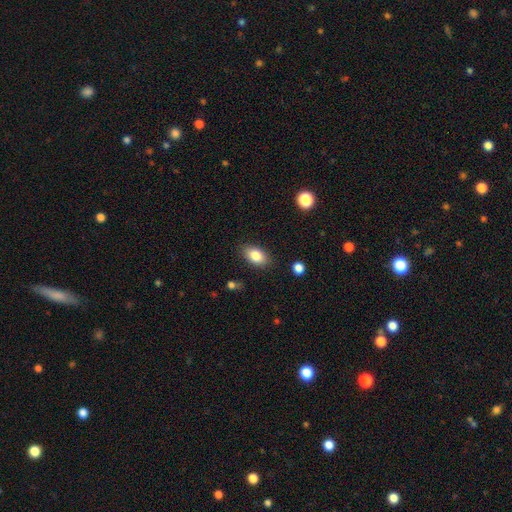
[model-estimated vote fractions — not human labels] Smooth or featured: smooth — 84% (featured or disk — 8%)
How rounded: in between — 89% (round — 9%)
Merging: none — 84% (minor disturbance — 11%)